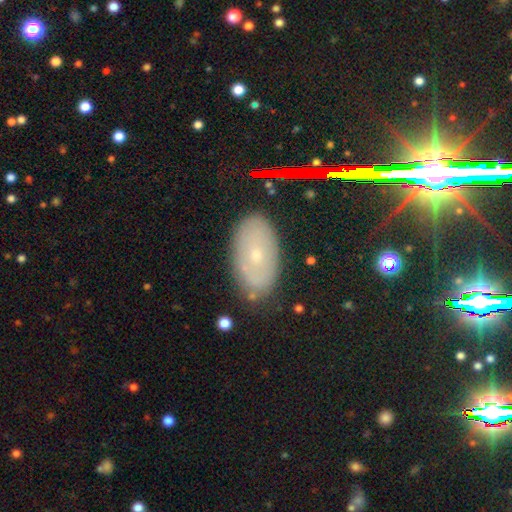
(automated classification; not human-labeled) Morphology: type=featured or disk (43%); merging=none (83%).